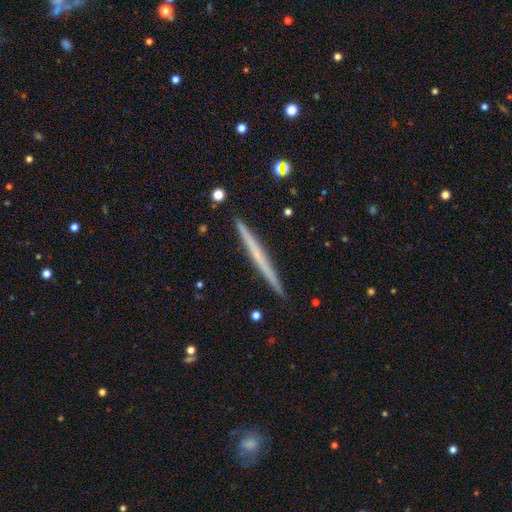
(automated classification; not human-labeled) Morphology: type=featured or disk (54%); edge-on=yes (98%); edge-on bulge=none (86%); merging=none (92%).